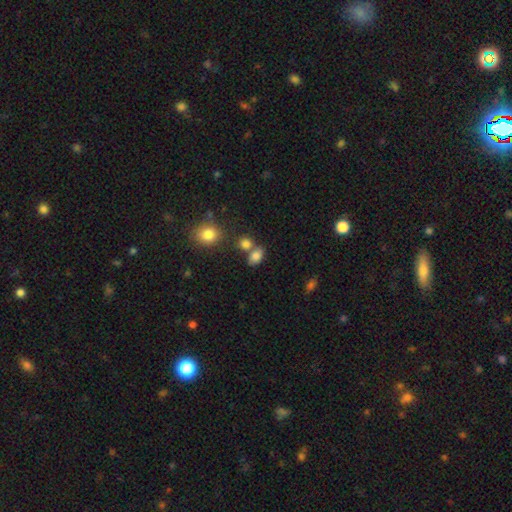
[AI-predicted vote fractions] Overall: smooth (80%). How rounded: in between (77%). Merging: none (53%; merger 29%).